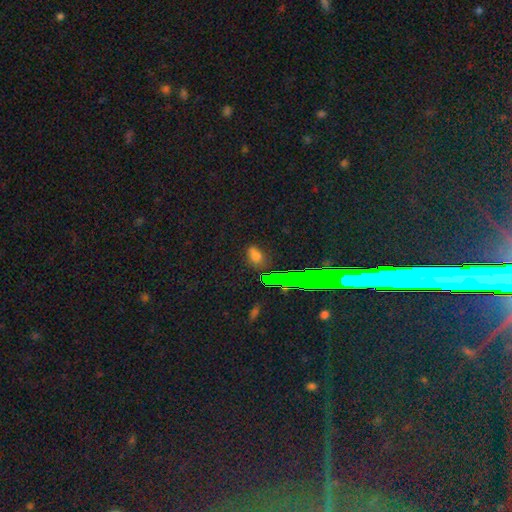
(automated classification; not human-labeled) Overall: smooth (60%; star or artifact 31%). How rounded: in between (76%). Merging: none (77%).